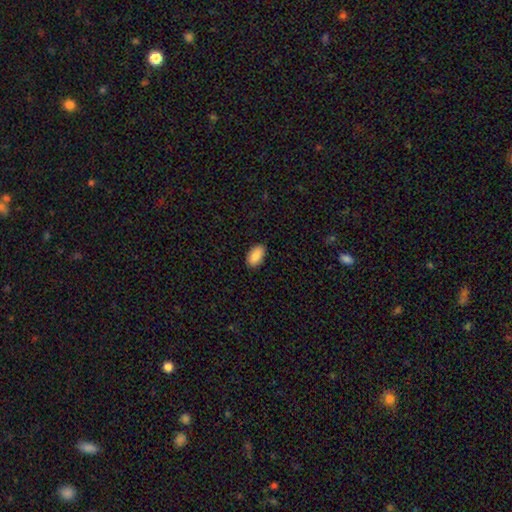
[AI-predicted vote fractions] Smooth or featured: smooth — 88% (star or artifact — 6%)
How rounded: in between — 94% (round — 4%)
Merging: none — 88% (minor disturbance — 9%)